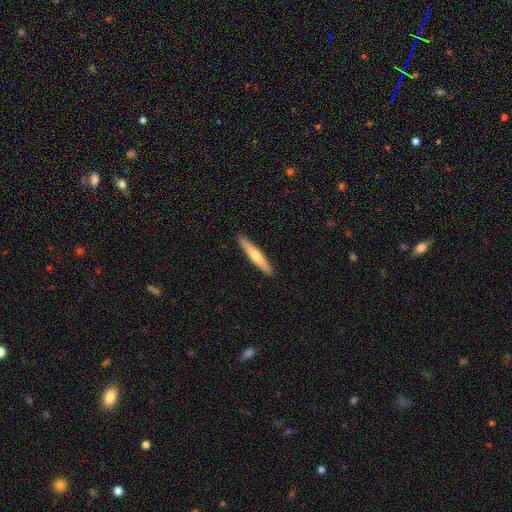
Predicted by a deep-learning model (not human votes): The model was most divided on "smooth or featured": smooth: 58%, featured or disk: 37%, star or artifact: 5%. More confident: how rounded — cigar-shaped (92%); merging — none (92%).